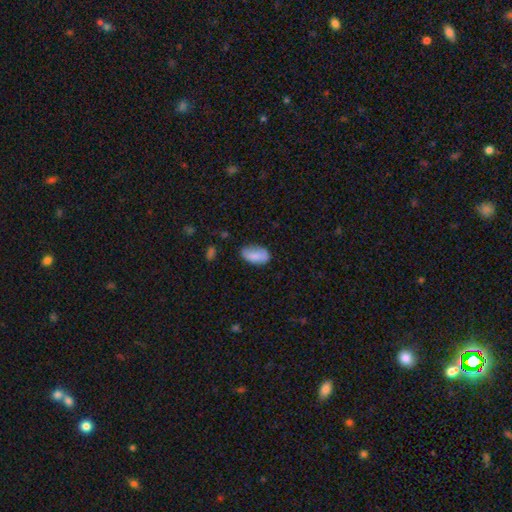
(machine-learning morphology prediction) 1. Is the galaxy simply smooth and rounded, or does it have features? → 83% smooth, 10% featured or disk, 7% star or artifact.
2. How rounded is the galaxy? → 93% in between, 4% round, 3% cigar-shaped.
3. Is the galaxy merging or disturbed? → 69% none, 24% minor disturbance, 5% major disturbance, 2% merger.